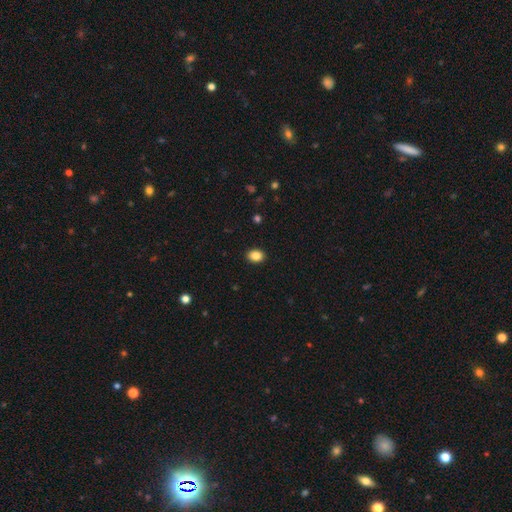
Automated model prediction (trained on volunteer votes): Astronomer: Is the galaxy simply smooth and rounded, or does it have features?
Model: smooth — 86%.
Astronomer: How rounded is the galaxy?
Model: in between — 65%.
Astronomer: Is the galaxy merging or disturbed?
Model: none — 91%.